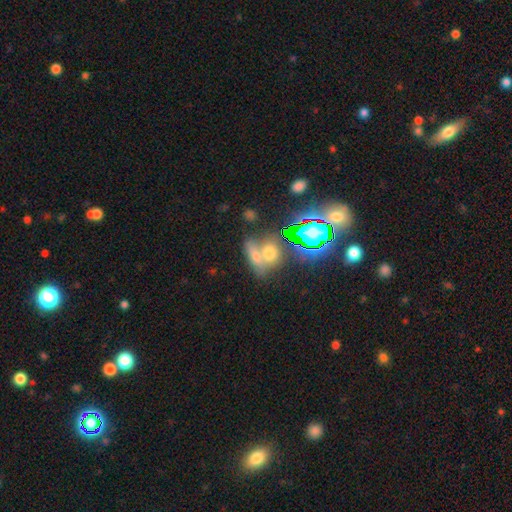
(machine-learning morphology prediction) smooth 57%, star or artifact 26%, featured or disk 17%. Down the decision tree: how rounded — in between (62%); merging — merger (51%).